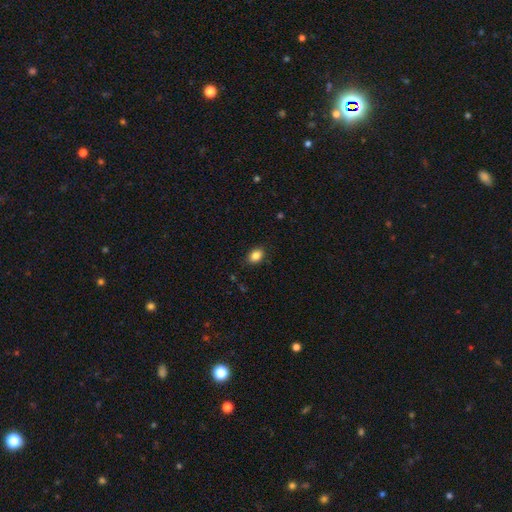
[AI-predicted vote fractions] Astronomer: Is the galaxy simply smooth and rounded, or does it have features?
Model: smooth — 85%.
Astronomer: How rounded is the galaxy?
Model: in between — 75%.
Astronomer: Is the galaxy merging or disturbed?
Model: none — 86%.